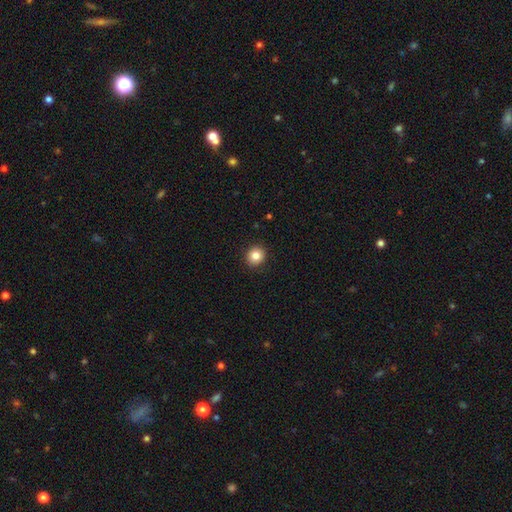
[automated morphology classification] smooth-or-featured: smooth: 84% | star or artifact: 10% | featured or disk: 7%
  how-rounded: round: 87% | in between: 12% | cigar-shaped: 1%
  merging: none: 92% | minor disturbance: 6% | major disturbance: 2% | merger: 1%